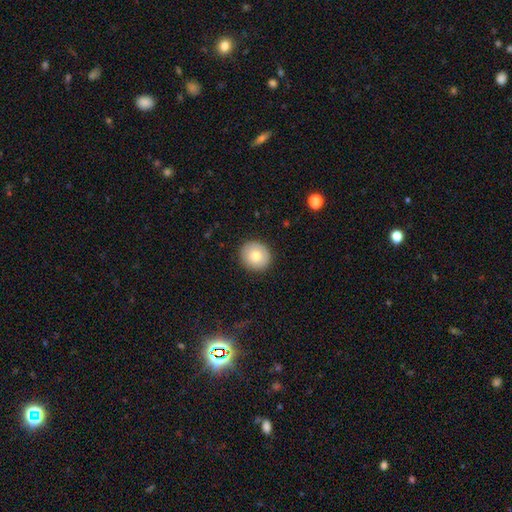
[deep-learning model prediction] Overall: smooth (78%). How rounded: round (86%). Merging: none (90%).